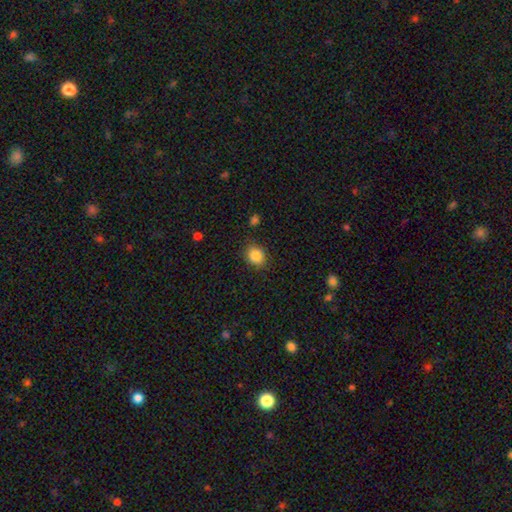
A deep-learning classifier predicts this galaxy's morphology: A smooth galaxy with no disk features (86%) that is round (65%).

Vote fractions:
- Smooth or featured? smooth: 86% / star or artifact: 9% / featured or disk: 5%
- How rounded? round: 65% / in between: 34% / cigar-shaped: 1%
- Merging? none: 85% / minor disturbance: 11% / major disturbance: 3% / merger: 2%